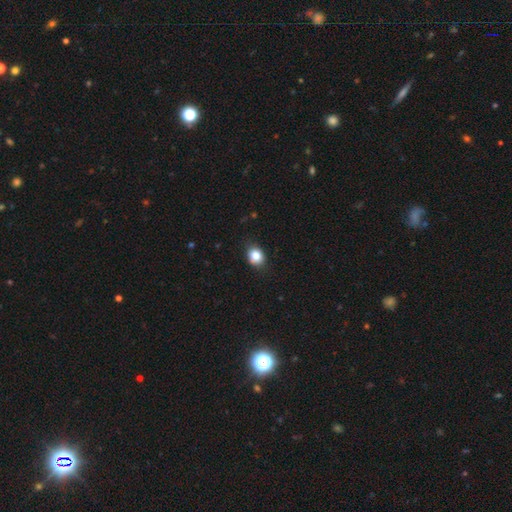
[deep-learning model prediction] Q: Smooth or featured?
A: smooth (83%); runner-up: star or artifact (10%)
Q: How rounded?
A: in between (50%); runner-up: round (49%)
Q: Merging?
A: none (82%); runner-up: minor disturbance (14%)